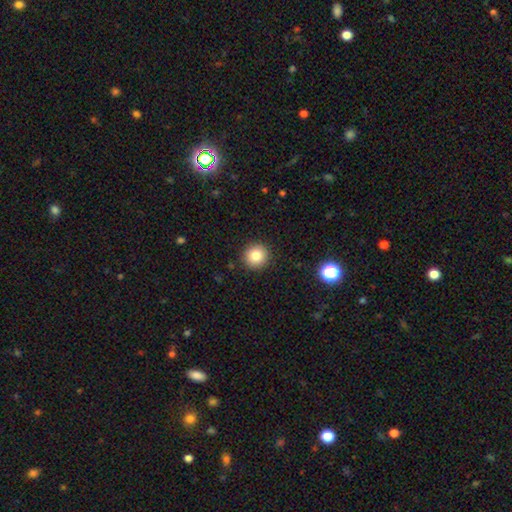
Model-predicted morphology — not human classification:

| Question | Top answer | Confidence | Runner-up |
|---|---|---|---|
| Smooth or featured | smooth | 81% | star or artifact (11%) |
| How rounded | round | 93% | in between (6%) |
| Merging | none | 91% | minor disturbance (6%) |